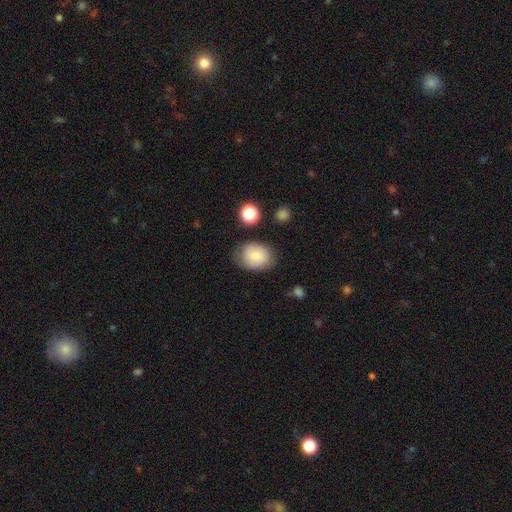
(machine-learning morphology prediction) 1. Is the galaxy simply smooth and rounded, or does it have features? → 77% smooth, 14% featured or disk, 8% star or artifact.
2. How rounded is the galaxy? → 50% in between, 49% round, 1% cigar-shaped.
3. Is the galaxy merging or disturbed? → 70% none, 21% minor disturbance, 6% major disturbance, 3% merger.